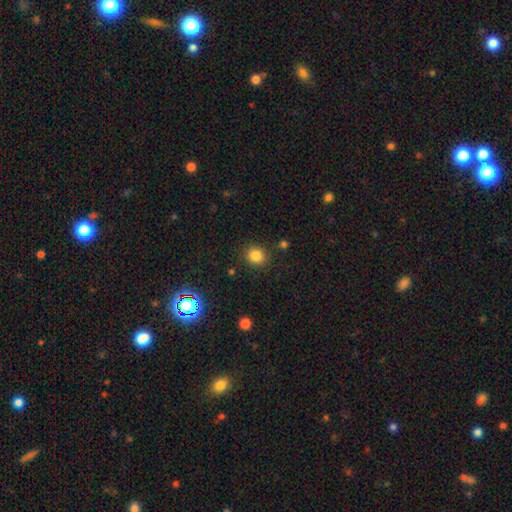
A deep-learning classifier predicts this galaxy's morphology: The model was most divided on "how rounded": round: 81%, in between: 18%, cigar-shaped: 1%. More confident: merging — none (86%); smooth or featured — smooth (83%).